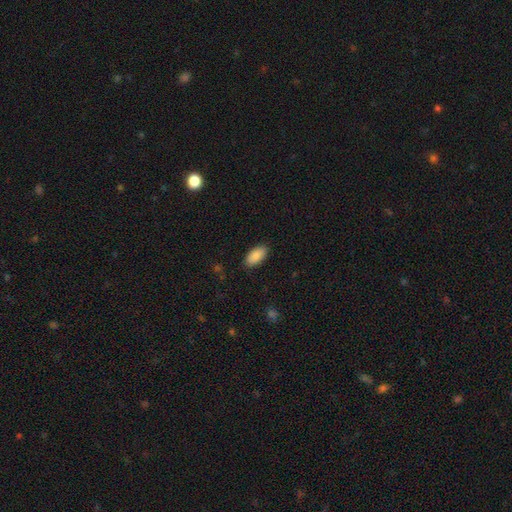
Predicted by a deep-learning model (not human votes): smooth_or_featured: smooth (p=0.88) [alt: star or artifact p=0.07]
how_rounded: in between (p=0.93) [alt: cigar-shaped p=0.04]
merging: none (p=0.87) [alt: minor disturbance p=0.09]